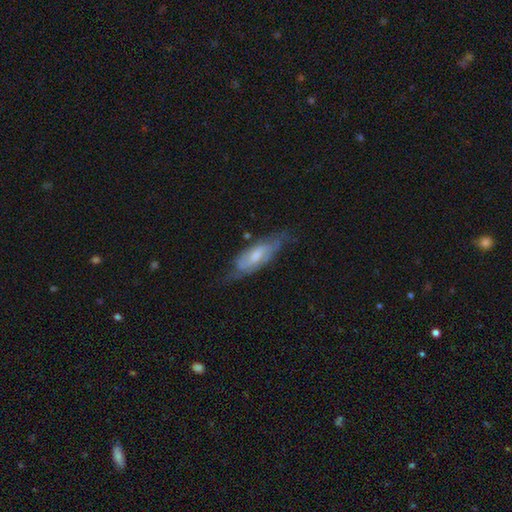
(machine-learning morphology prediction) smooth-or-featured: featured or disk: 59% | smooth: 34% | star or artifact: 7%
  disk-edge-on: no: 76% | yes: 24%
  merging: none: 58% | minor disturbance: 29% | major disturbance: 11% | merger: 2%